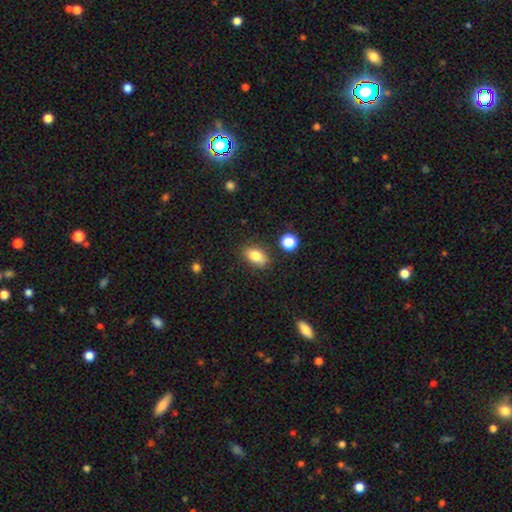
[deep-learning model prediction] Smooth or featured? smooth (80%)
How rounded? in between (85%)
Merging? none (81%)